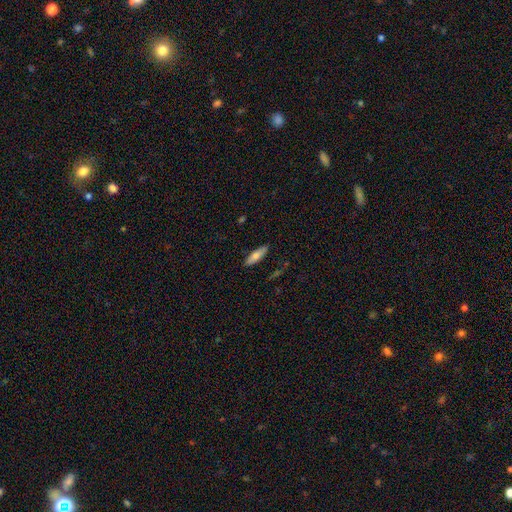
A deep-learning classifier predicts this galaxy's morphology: smooth_or_featured: smooth (p=0.70) [alt: featured or disk p=0.24]
how_rounded: cigar-shaped (p=0.52) [alt: in between p=0.46]
merging: none (p=0.88) [alt: minor disturbance p=0.09]